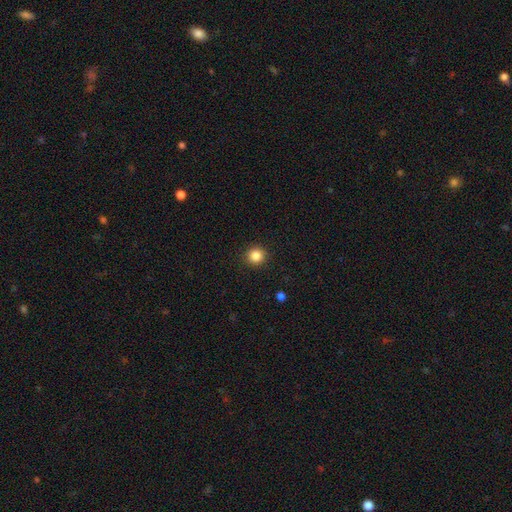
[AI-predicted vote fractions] Smooth or featured? smooth (85%)
How rounded? round (93%)
Merging? none (92%)